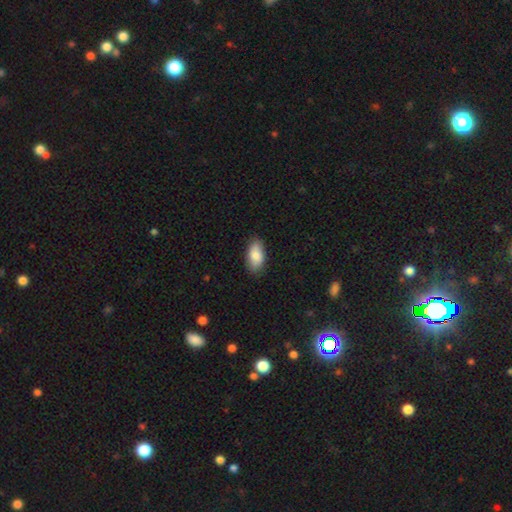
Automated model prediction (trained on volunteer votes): smooth-or-featured: smooth: 85% | featured or disk: 9% | star or artifact: 6%
  how-rounded: in between: 92% | cigar-shaped: 5% | round: 3%
  merging: none: 84% | minor disturbance: 13% | major disturbance: 2% | merger: 1%